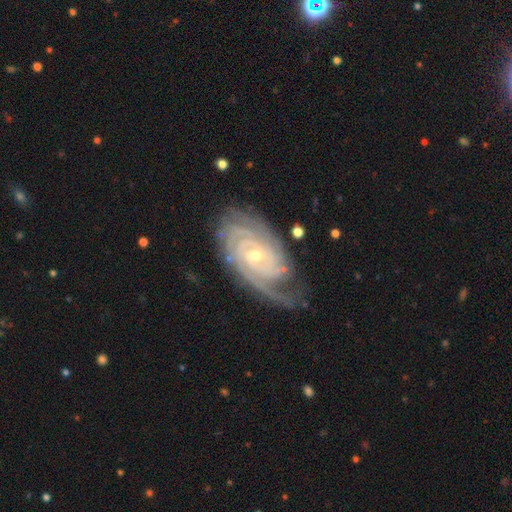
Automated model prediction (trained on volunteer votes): featured or disk 92%, star or artifact 5%, smooth 4%. Down the decision tree: edge-on disk — no (96%); bar — weak (42%); spiral arms — yes (98%); spiral arm count — 4 (24%); spiral winding — tight (81%); bulge size — small (63%); merging — none (72%).